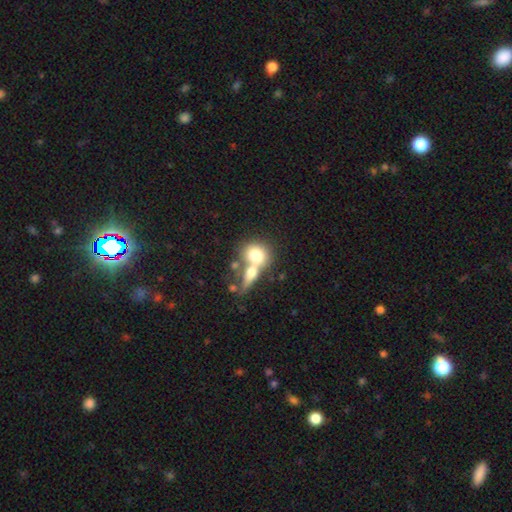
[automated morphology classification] The model was most divided on "how rounded": round: 63%, in between: 33%, cigar-shaped: 4%. More confident: smooth or featured — smooth (72%); merging — merger (59%).